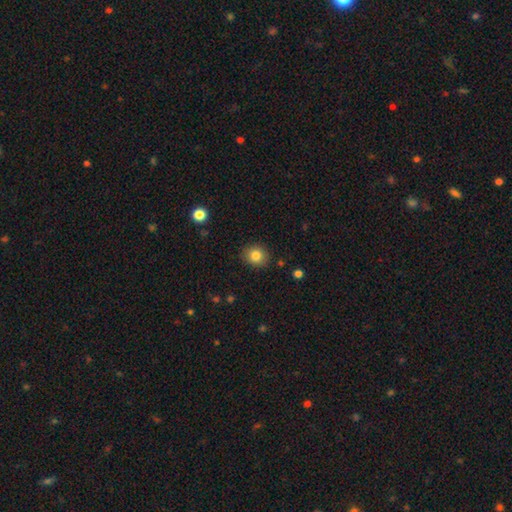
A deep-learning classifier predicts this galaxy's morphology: smooth 83%, star or artifact 10%, featured or disk 7%. Down the decision tree: how rounded — round (71%); merging — none (88%).